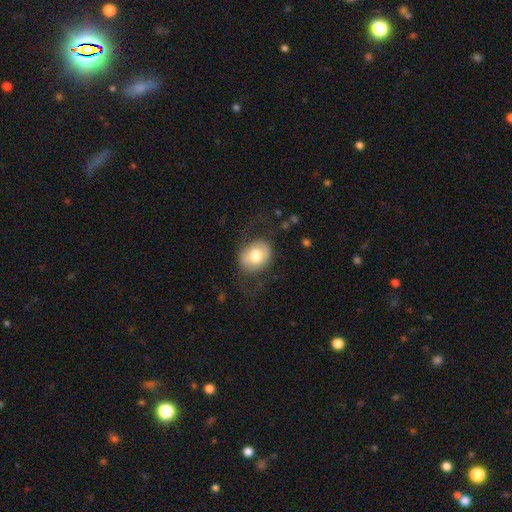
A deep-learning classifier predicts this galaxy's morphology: This is likely a smooth galaxy (67%). How rounded: possibly round (55%). Merging: likely none (70%).